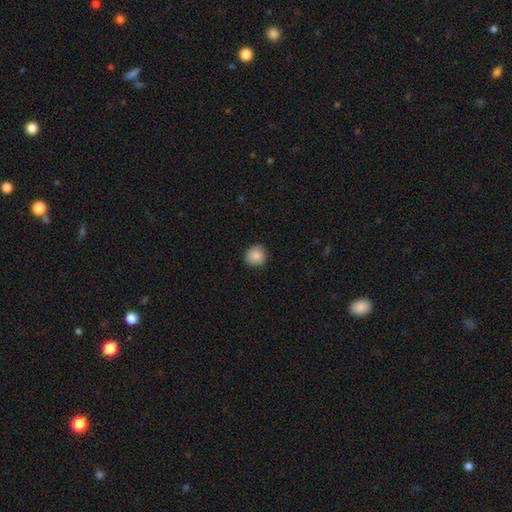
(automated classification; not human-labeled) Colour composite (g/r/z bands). It shows a smooth galaxy with no disk features (87%) that is round (87%). Merging: none (84%).